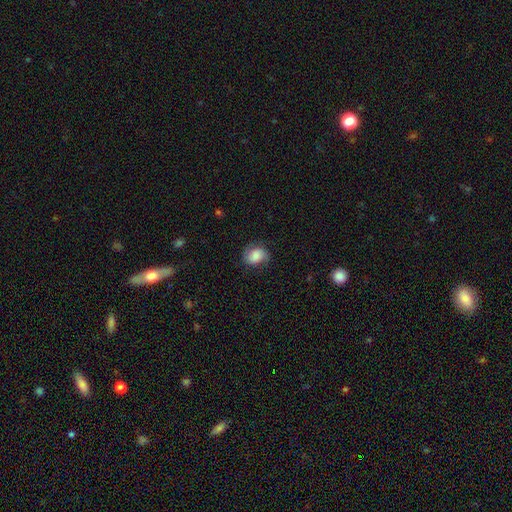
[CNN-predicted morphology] smooth-or-featured: smooth: 57% | featured or disk: 34% | star or artifact: 9%
  how-rounded: in between: 53% | round: 46% | cigar-shaped: 1%
  merging: none: 70% | minor disturbance: 21% | major disturbance: 8% | merger: 1%